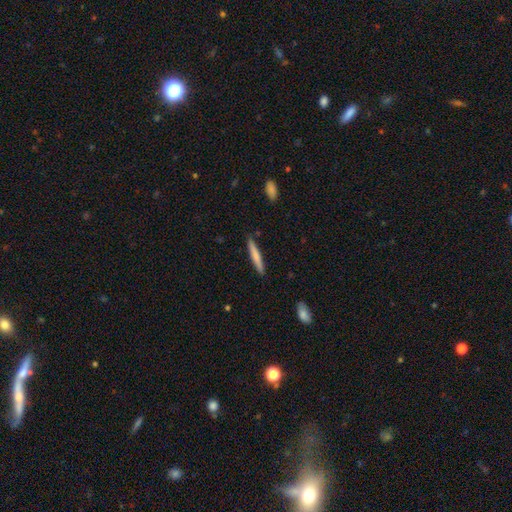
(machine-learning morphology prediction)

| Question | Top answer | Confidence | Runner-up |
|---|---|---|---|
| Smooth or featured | smooth | 73% | featured or disk (22%) |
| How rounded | cigar-shaped | 95% | in between (4%) |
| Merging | none | 89% | minor disturbance (8%) |